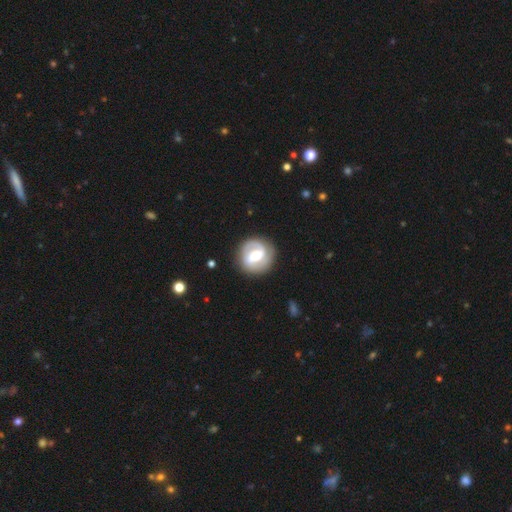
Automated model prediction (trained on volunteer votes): Smooth or featured? Predicted: featured or disk (p=0.81). Edge-on disk? Predicted: no (p=0.98). Bar? Predicted: weak (p=0.46). Spiral arms? Predicted: yes (p=0.92). Spiral winding? Predicted: tight (p=0.44). Spiral arm count? Predicted: 2 (p=0.84). Bulge size? Predicted: moderate (p=0.63). Merging? Predicted: none (p=0.84).